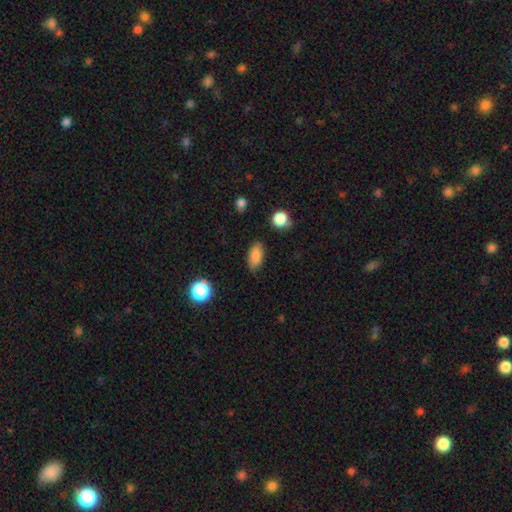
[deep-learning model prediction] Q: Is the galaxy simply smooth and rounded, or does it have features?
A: smooth — 86%.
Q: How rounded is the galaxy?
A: in between — 90%.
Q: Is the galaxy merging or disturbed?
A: none — 84%.